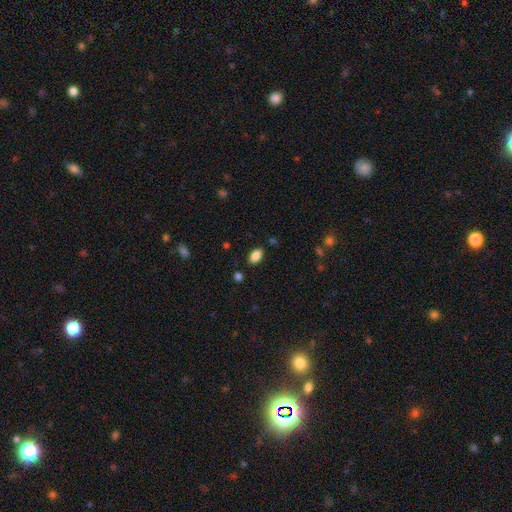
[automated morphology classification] This appears to be a smooth galaxy with no disk features (86%) that is in between round and cigar-shaped (91%). Merging: none (85%).